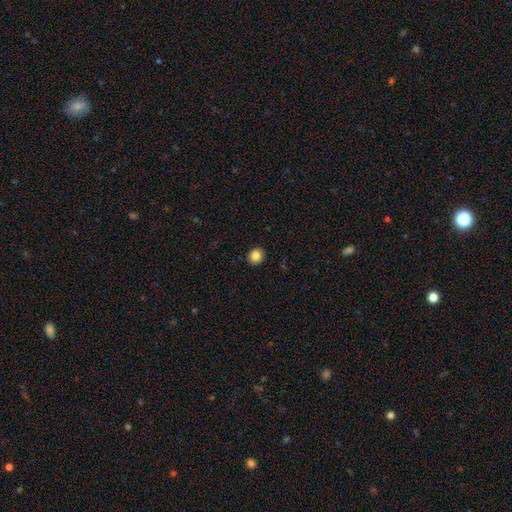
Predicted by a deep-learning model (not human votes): smooth_or_featured: smooth (p=0.84) [alt: star or artifact p=0.10]
how_rounded: round (p=0.85) [alt: in between p=0.14]
merging: none (p=0.92) [alt: minor disturbance p=0.05]